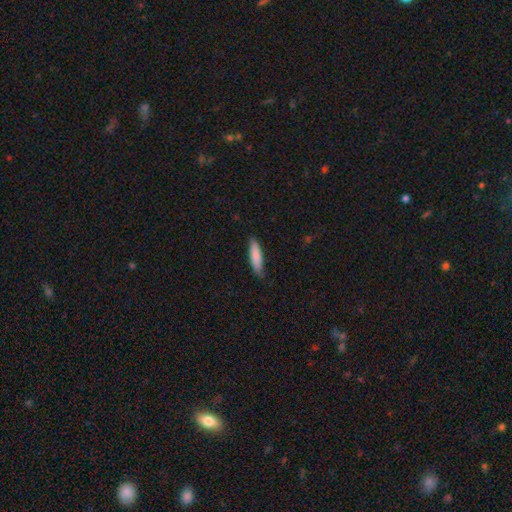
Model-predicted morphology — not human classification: This appears to be a smooth galaxy with no disk features (84%) that is cigar-shaped (72%). Merging: none (78%).